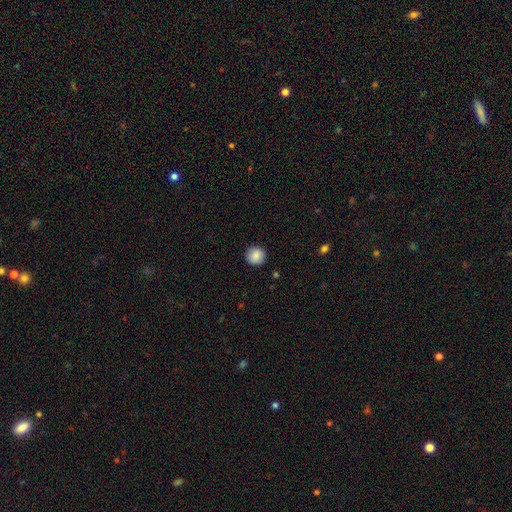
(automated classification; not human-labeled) Q: Smooth or featured?
A: smooth (87%); runner-up: star or artifact (8%)
Q: How rounded?
A: round (94%); runner-up: in between (5%)
Q: Merging?
A: none (91%); runner-up: minor disturbance (6%)